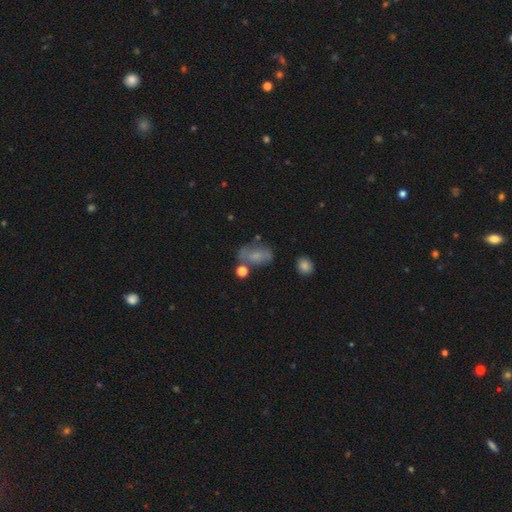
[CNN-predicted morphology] Smooth or featured? Predicted: smooth (p=0.57). How rounded? Predicted: in between (p=0.84). Merging? Predicted: none (p=0.52).